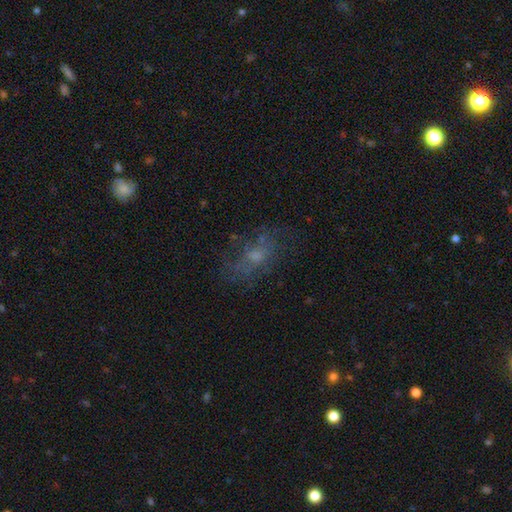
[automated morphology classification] The model was most divided on "smooth or featured" (2-way tie): featured or disk: 40%, smooth: 40%, star or artifact: 20%. More confident: merging — none (61%).